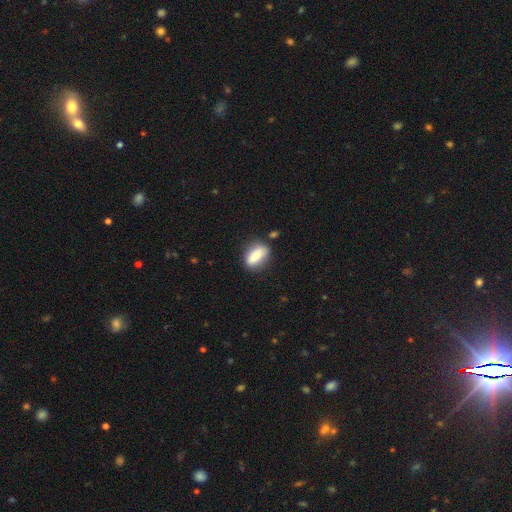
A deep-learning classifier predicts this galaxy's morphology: Q: Smooth or featured?
A: smooth (81%); runner-up: featured or disk (11%)
Q: How rounded?
A: in between (75%); runner-up: cigar-shaped (18%)
Q: Merging?
A: none (73%); runner-up: minor disturbance (17%)